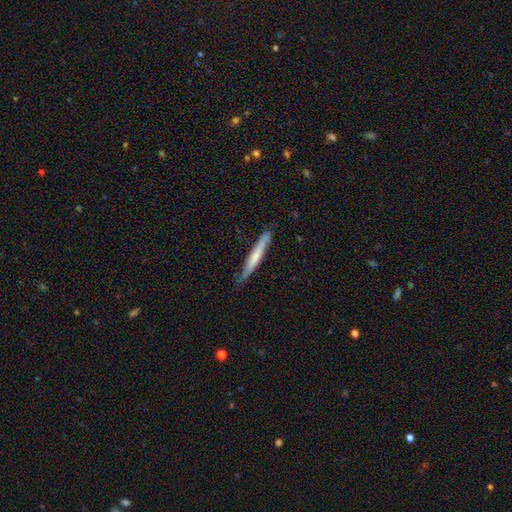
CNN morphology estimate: Smooth or featured? Predicted: smooth (p=0.56). How rounded? Predicted: cigar-shaped (p=0.95). Merging? Predicted: none (p=0.77).